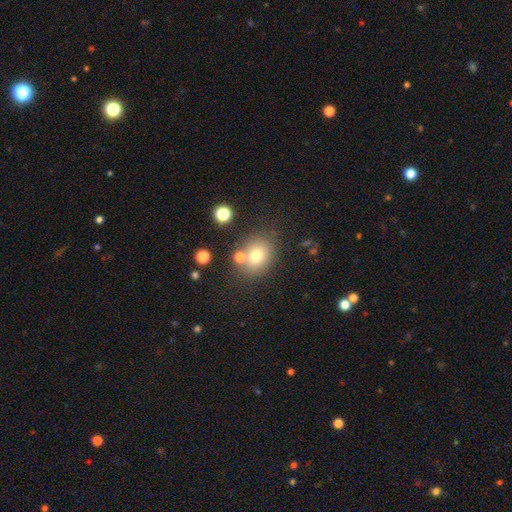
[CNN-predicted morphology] Smooth or featured? smooth (73%)
How rounded? round (67%)
Merging? none (69%)